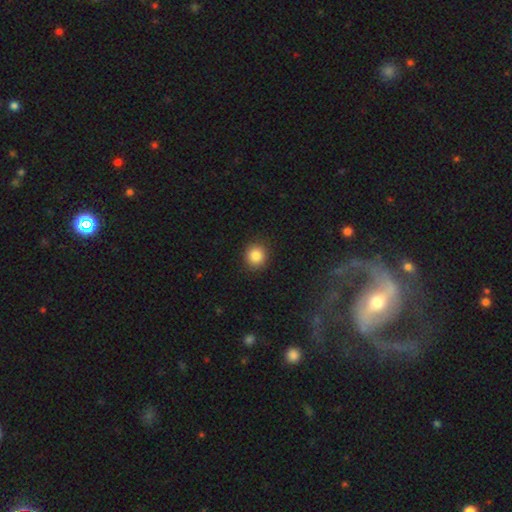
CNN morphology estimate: A smooth galaxy with no disk features (86%) that is round (89%).

Vote fractions:
- Smooth or featured? smooth: 86% / star or artifact: 10% / featured or disk: 4%
- How rounded? round: 89% / in between: 10% / cigar-shaped: 1%
- Merging? none: 90% / minor disturbance: 7% / major disturbance: 2% / merger: 1%